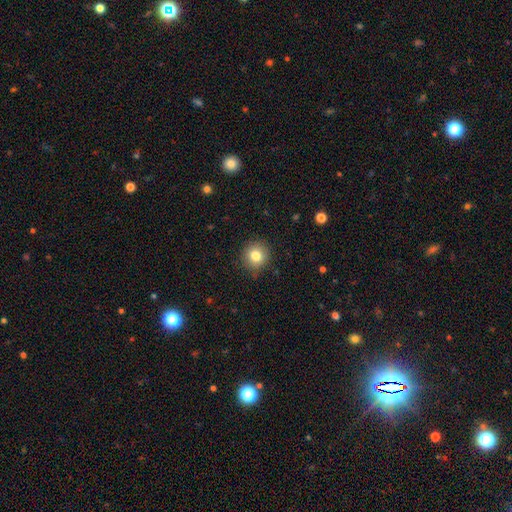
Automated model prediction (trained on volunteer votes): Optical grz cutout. It shows a smooth galaxy with no disk features (81%) that is round (90%). Merging: none (87%).